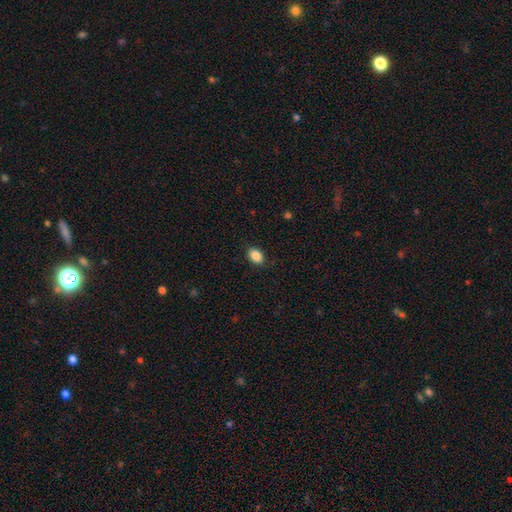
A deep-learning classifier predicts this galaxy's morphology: The model was most divided on "how rounded": in between: 81%, round: 18%, cigar-shaped: 1%. More confident: smooth or featured — smooth (88%); merging — none (87%).